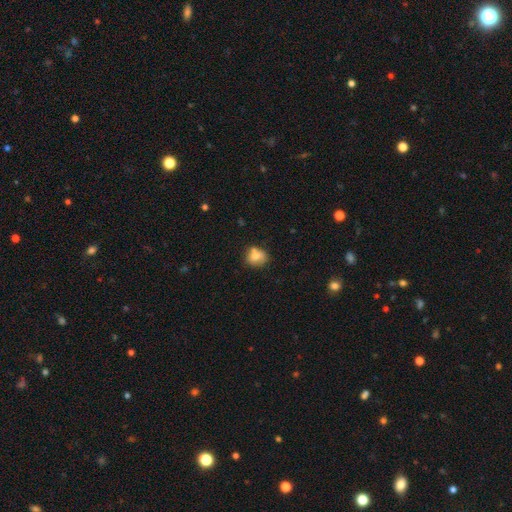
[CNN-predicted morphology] Overall: smooth (73%). How rounded: round (70%). Merging: none (58%; minor disturbance 21%).